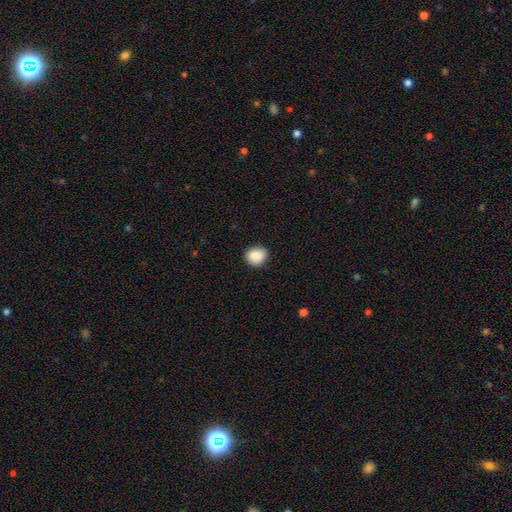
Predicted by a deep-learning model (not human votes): Q: Smooth or featured?
A: smooth (89%); runner-up: star or artifact (8%)
Q: How rounded?
A: round (72%); runner-up: in between (27%)
Q: Merging?
A: none (89%); runner-up: minor disturbance (8%)